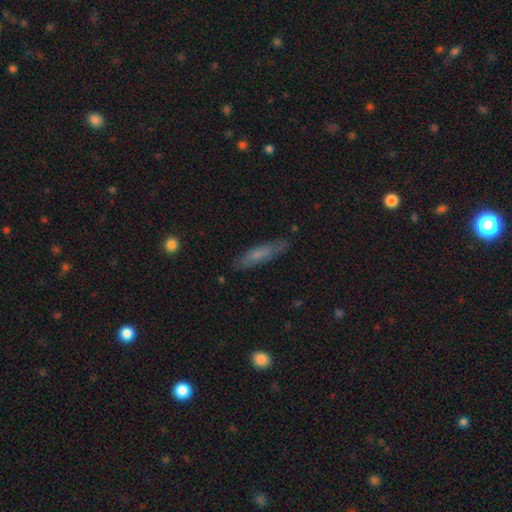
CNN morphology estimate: smooth_or_featured: smooth (p=0.63) [alt: featured or disk p=0.30]
how_rounded: cigar-shaped (p=0.80) [alt: in between p=0.19]
merging: none (p=0.80) [alt: minor disturbance p=0.15]